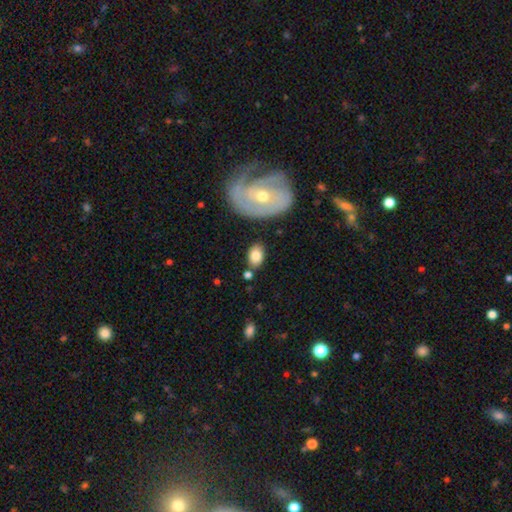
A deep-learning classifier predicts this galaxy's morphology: Smooth or featured?
  - smooth: 78% *
  - featured or disk: 15%
  - star or artifact: 7%
How rounded?
  - in between: 87% *
  - round: 12%
  - cigar-shaped: 2%
Merging?
  - none: 75% *
  - minor disturbance: 14%
  - merger: 7%
  - major disturbance: 4%